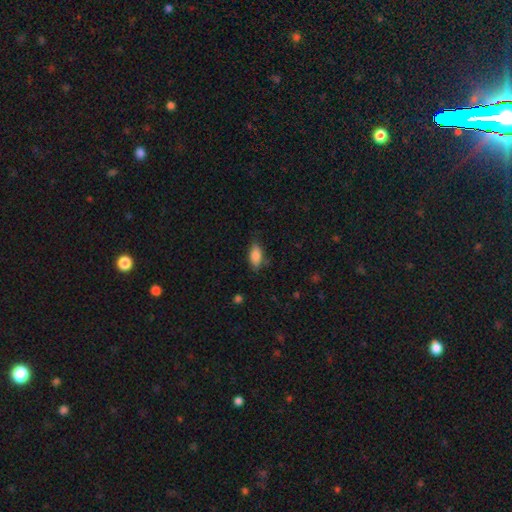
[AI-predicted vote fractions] Smooth or featured? Predicted: smooth (p=0.84). How rounded? Predicted: in between (p=0.86). Merging? Predicted: none (p=0.74).